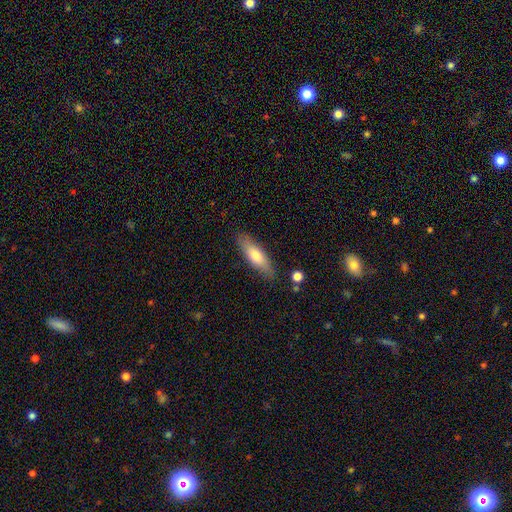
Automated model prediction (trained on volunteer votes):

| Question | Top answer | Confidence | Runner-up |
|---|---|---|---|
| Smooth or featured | smooth | 67% | featured or disk (27%) |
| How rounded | cigar-shaped | 52% | in between (46%) |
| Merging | none | 82% | minor disturbance (13%) |